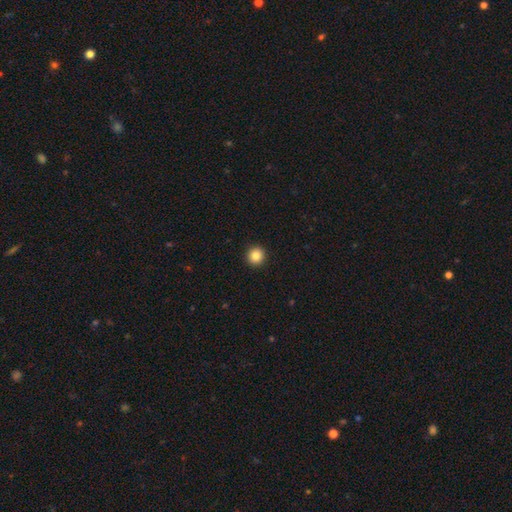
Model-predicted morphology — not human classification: A smooth galaxy with no disk features (86%) that is round (94%).

Vote fractions:
- Smooth or featured? smooth: 86% / star or artifact: 10% / featured or disk: 4%
- How rounded? round: 94% / in between: 5% / cigar-shaped: 1%
- Merging? none: 93% / minor disturbance: 4% / major disturbance: 2% / merger: 1%